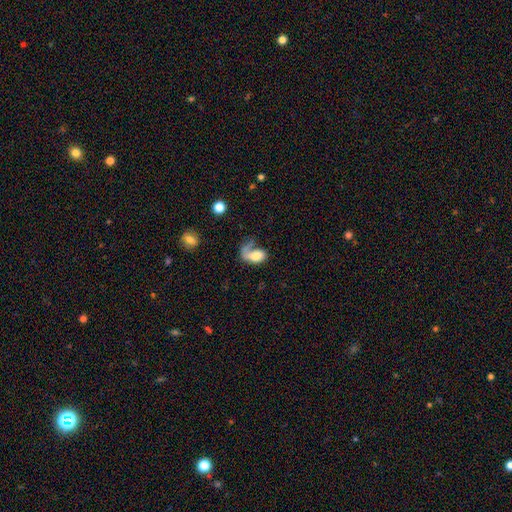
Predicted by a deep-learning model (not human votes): A smooth galaxy with no disk features (53%) that is in between round and cigar-shaped (87%).

Vote fractions:
- Smooth or featured? smooth: 53% / featured or disk: 39% / star or artifact: 8%
- How rounded? in between: 87% / round: 10% / cigar-shaped: 3%
- Merging? major disturbance: 47% / none: 26% / minor disturbance: 17% / merger: 11%